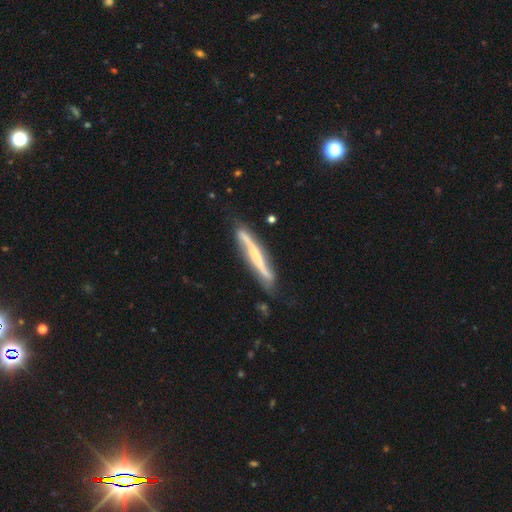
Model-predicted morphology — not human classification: Smooth or featured? featured or disk (74%)
Edge-on disk? yes (72%)
Edge-on bulge? rounded (47%)
Merging? none (74%)